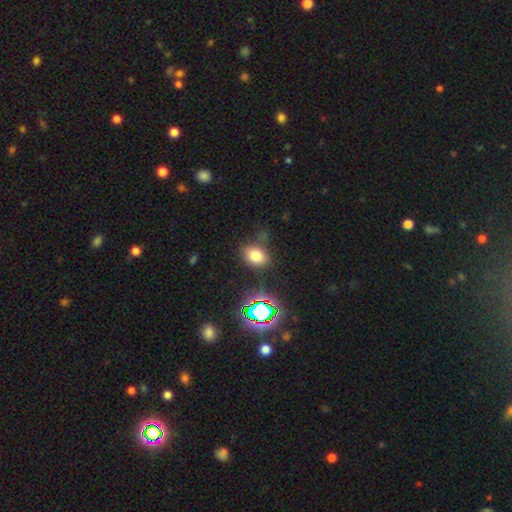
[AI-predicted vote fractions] smooth-or-featured: smooth: 71% | star or artifact: 19% | featured or disk: 10%
  how-rounded: in between: 67% | round: 31% | cigar-shaped: 1%
  merging: none: 68% | minor disturbance: 19% | major disturbance: 8% | merger: 5%